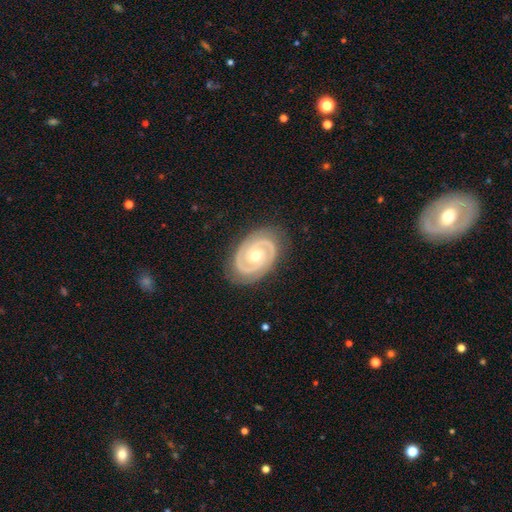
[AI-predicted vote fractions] The model was most divided on "bulge size": moderate: 62%, small: 35%, large: 2%, none: 1%, dominant: 1%. More confident: spiral arms — yes (98%); edge-on disk — no (97%); smooth or featured — featured or disk (93%); spiral arm count — 2 (91%); merging — none (86%); spiral winding — tight (77%); bar — no (70%).